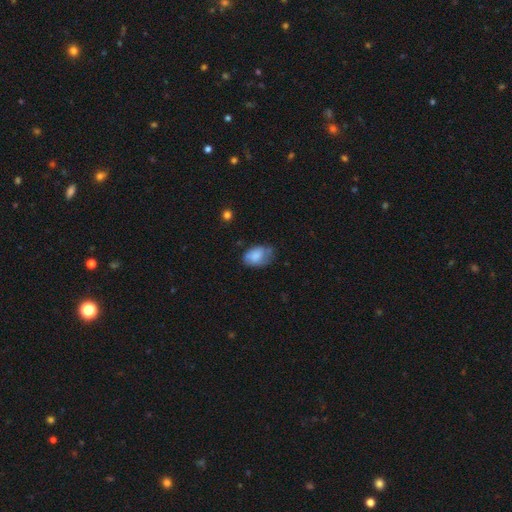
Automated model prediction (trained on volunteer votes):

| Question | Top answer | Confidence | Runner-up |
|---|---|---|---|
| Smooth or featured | smooth | 75% | featured or disk (17%) |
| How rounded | in between | 85% | round (14%) |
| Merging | none | 49% | minor disturbance (36%) |